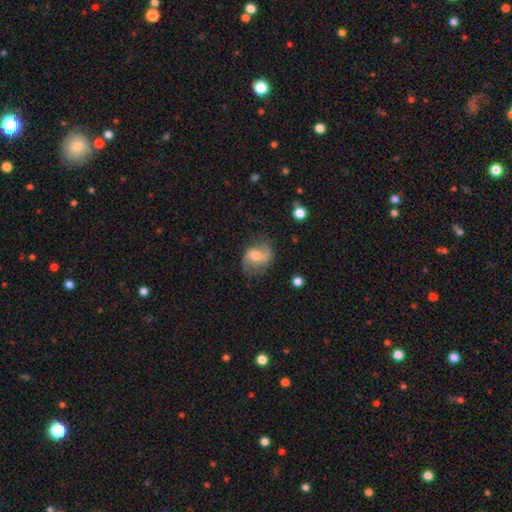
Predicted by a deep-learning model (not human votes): Smooth or featured?
  - featured or disk: 62% *
  - smooth: 29%
  - star or artifact: 9%
Edge-on disk?
  - no: 97% *
  - yes: 3%
Bar?
  - weak: 45% *
  - no: 42%
  - strong: 14%
Spiral arms?
  - yes: 88% *
  - no: 12%
Spiral winding?
  - loose: 51% *
  - medium: 37%
  - tight: 12%
Spiral arm count?
  - 2: 81% *
  - 1: 8%
  - can't tell: 7%
  - 3: 1%
  - 4: 1%
  - more than 4: 1%
Bulge size?
  - moderate: 58% *
  - small: 21%
  - large: 14%
  - none: 5%
  - dominant: 2%
Merging?
  - none: 64% *
  - minor disturbance: 23%
  - major disturbance: 11%
  - merger: 2%